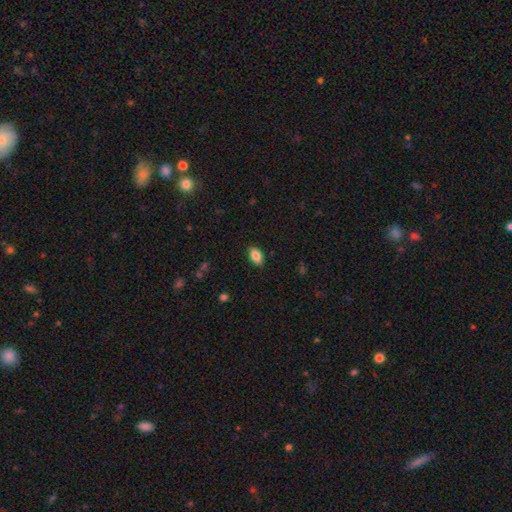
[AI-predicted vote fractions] The model was most divided on "merging": none: 85%, minor disturbance: 12%, major disturbance: 2%, merger: 1%. More confident: how rounded — in between (90%); smooth or featured — smooth (86%).